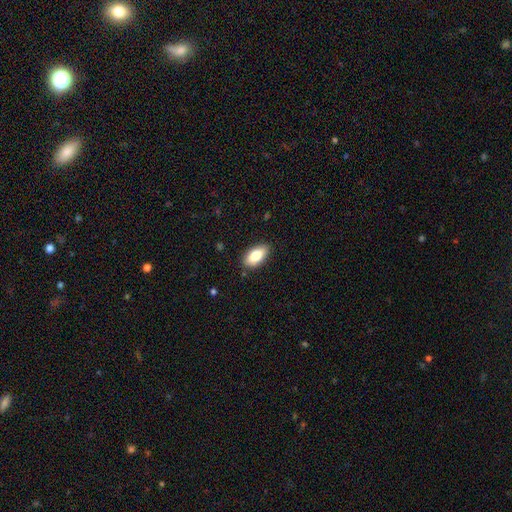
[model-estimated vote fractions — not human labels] Smooth or featured? smooth (80%)
How rounded? in between (91%)
Merging? none (87%)